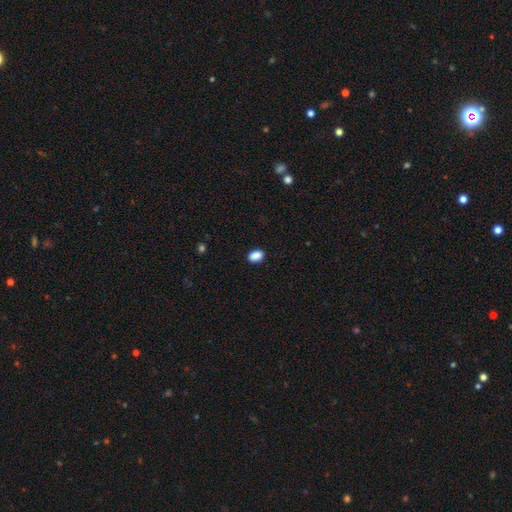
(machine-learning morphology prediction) smooth 89%, star or artifact 8%, featured or disk 3%. Down the decision tree: how rounded — in between (84%); merging — none (88%).